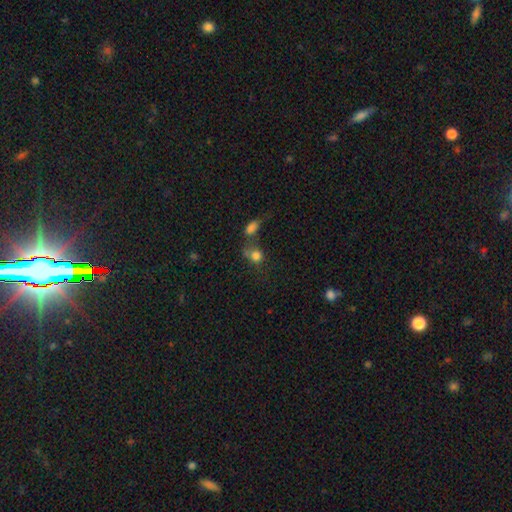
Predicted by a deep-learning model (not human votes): Smooth or featured?
  - smooth: 77% *
  - star or artifact: 13%
  - featured or disk: 10%
How rounded?
  - round: 66% *
  - in between: 32%
  - cigar-shaped: 2%
Merging?
  - none: 38% *
  - merger: 33%
  - minor disturbance: 16%
  - major disturbance: 13%